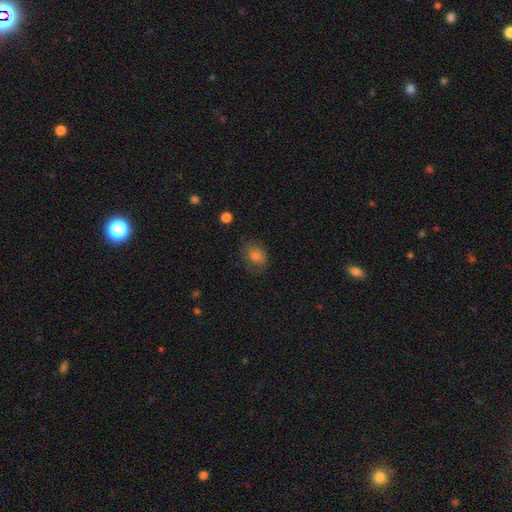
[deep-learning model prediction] Smooth or featured: smooth — 68% (featured or disk — 17%)
How rounded: in between — 59% (round — 39%)
Merging: none — 68% (minor disturbance — 21%)